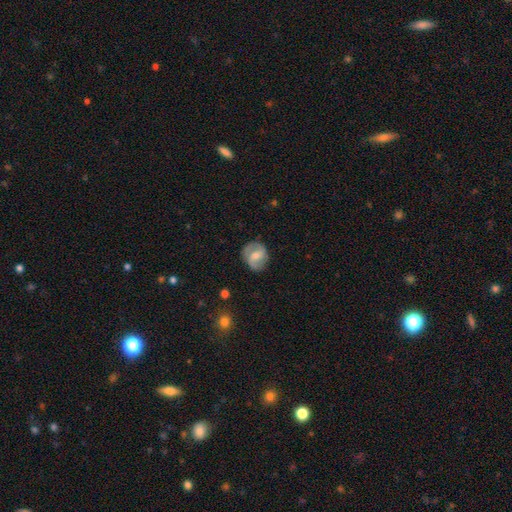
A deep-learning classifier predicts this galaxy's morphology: This appears to be a featured or disk galaxy (60%) with a weak bar (47%), spiral arms (82%) and a moderate central bulge (53%). Merging: none (75%).